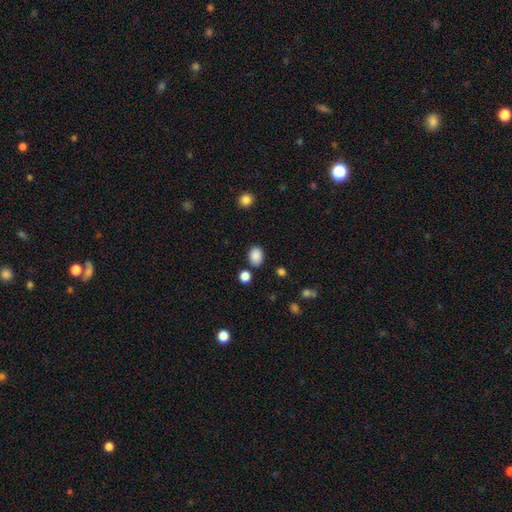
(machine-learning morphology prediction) type=smooth (87%); roundness=in between (67%); merging=none (81%).